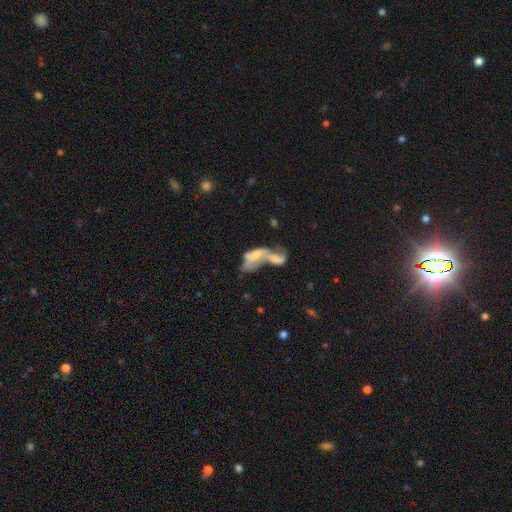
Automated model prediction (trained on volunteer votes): Smooth or featured: featured or disk — 46% (smooth — 42%)
Merging: merger — 75% (major disturbance — 14%)